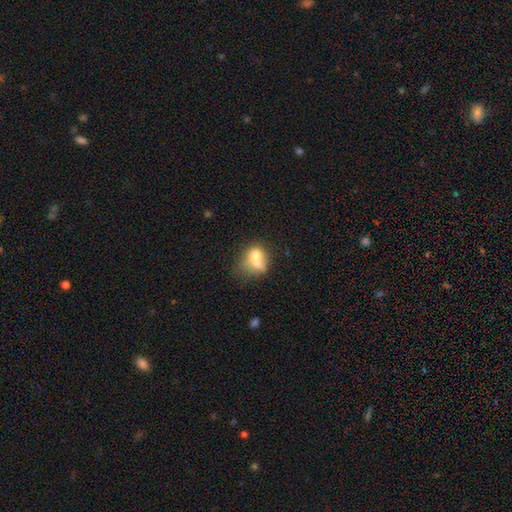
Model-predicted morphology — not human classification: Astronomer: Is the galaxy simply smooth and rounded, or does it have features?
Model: smooth — 65%.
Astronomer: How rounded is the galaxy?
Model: round — 53% (runner-up: in between, 46%).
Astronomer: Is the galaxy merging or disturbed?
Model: merger — 59%.